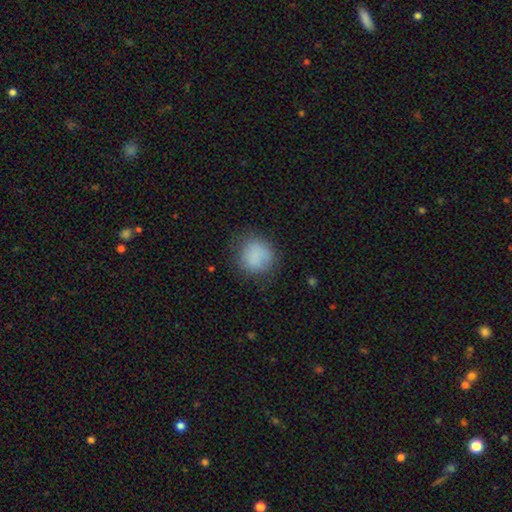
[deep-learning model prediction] Smooth or featured? Predicted: smooth (p=0.83). How rounded? Predicted: round (p=0.86). Merging? Predicted: none (p=0.72).